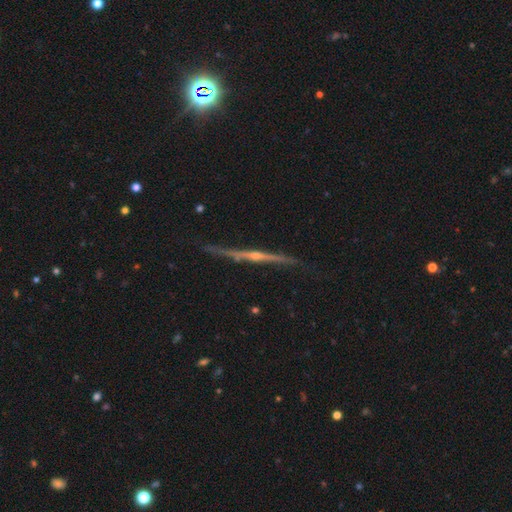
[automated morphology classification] Smooth or featured: featured or disk — 83% (smooth — 11%)
Edge-on disk: yes — 98% (no — 2%)
Edge-on bulge: rounded — 75% (none — 19%)
Merging: none — 83% (minor disturbance — 13%)